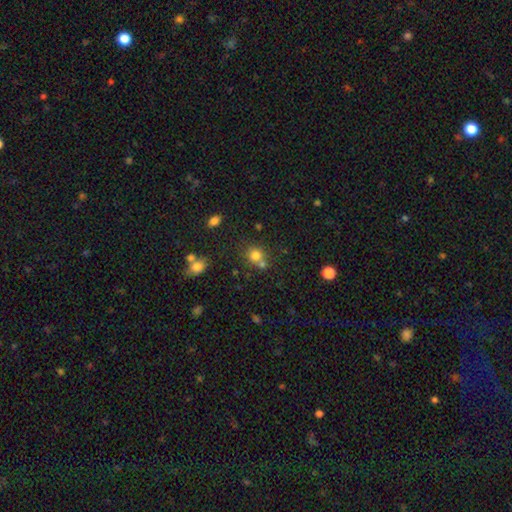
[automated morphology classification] smooth-or-featured: smooth: 78% | star or artifact: 14% | featured or disk: 8%
  how-rounded: round: 86% | in between: 13% | cigar-shaped: 1%
  merging: none: 57% | merger: 31% | minor disturbance: 9% | major disturbance: 4%